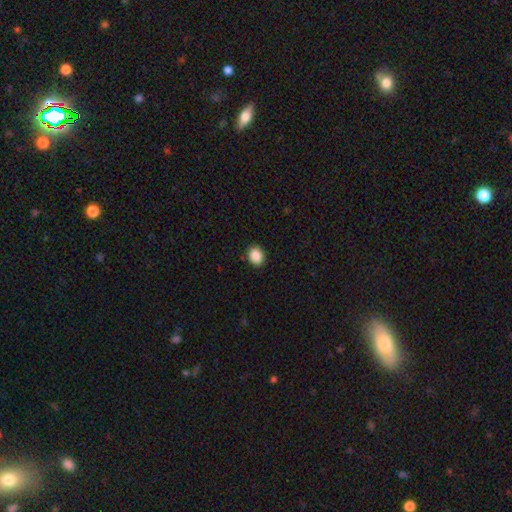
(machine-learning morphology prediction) Smooth or featured? smooth (88%)
How rounded? round (50%)
Merging? none (90%)